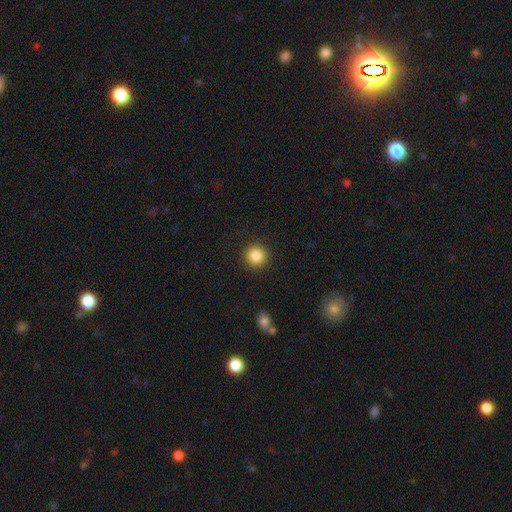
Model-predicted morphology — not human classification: Smooth or featured? Predicted: smooth (p=0.85). How rounded? Predicted: round (p=0.94). Merging? Predicted: none (p=0.91).